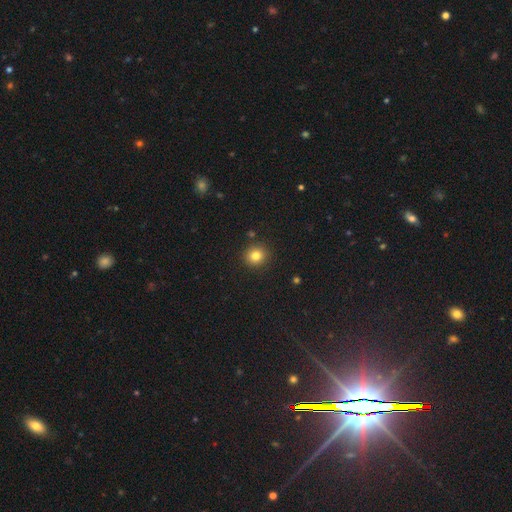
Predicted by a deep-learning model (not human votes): smooth-or-featured: smooth: 81% | star or artifact: 12% | featured or disk: 7%
  how-rounded: round: 88% | in between: 11% | cigar-shaped: 1%
  merging: none: 89% | minor disturbance: 7% | merger: 2% | major disturbance: 2%